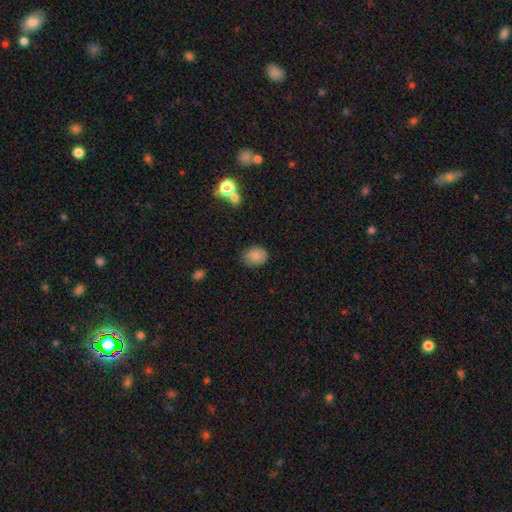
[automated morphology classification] Smooth or featured? smooth (82%)
How rounded? round (54%)
Merging? none (80%)